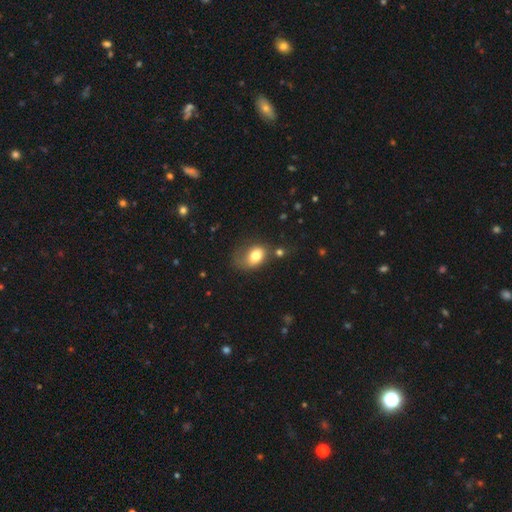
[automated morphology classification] Q: Smooth or featured?
A: smooth (77%); runner-up: featured or disk (14%)
Q: How rounded?
A: in between (73%); runner-up: round (25%)
Q: Merging?
A: none (38%); runner-up: minor disturbance (30%)